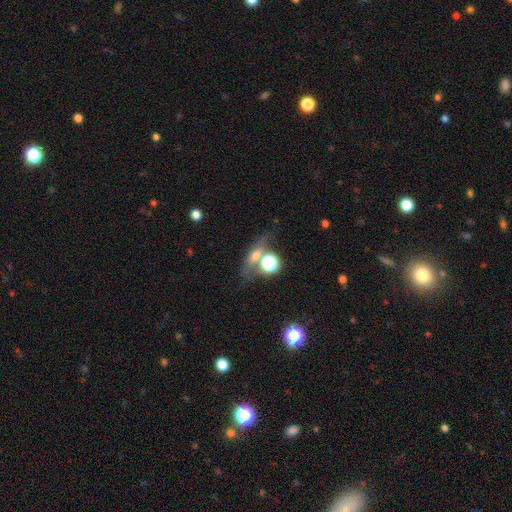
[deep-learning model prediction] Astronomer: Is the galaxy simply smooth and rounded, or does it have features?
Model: smooth — 48% (runner-up: featured or disk, 29%).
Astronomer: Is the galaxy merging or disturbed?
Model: none — 53%.